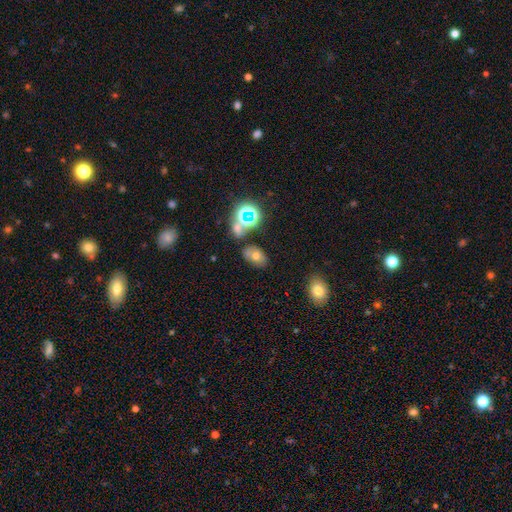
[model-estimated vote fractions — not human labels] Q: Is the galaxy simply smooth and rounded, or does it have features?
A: smooth — 60%.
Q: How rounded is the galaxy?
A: in between — 83%.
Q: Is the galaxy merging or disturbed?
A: none — 67%.